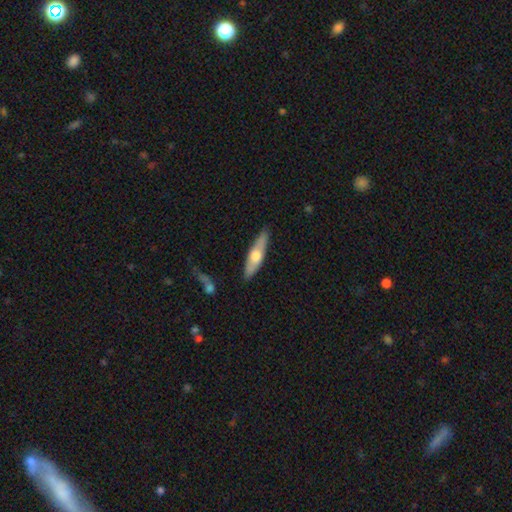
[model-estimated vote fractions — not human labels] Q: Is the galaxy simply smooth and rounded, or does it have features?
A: featured or disk — 49%.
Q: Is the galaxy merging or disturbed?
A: none — 86%.